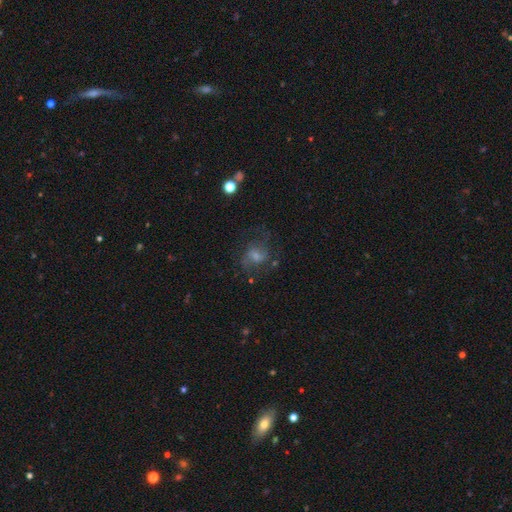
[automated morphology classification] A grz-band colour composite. It shows a featured or disk galaxy (56%) with no bar (51%), spiral arms (84%) and a moderate central bulge (41%). Merging: none (65%).